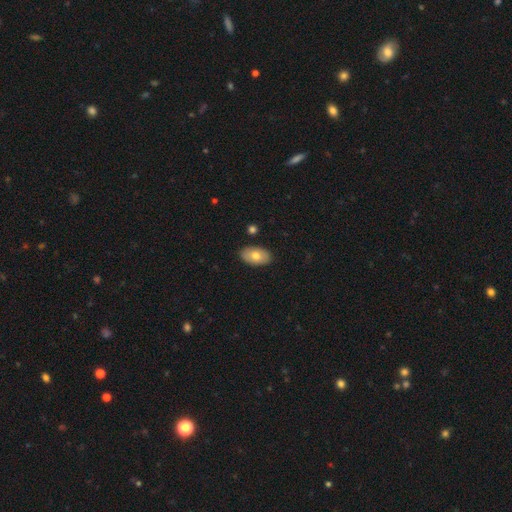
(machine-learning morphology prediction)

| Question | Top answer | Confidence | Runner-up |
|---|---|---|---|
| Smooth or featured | smooth | 73% | featured or disk (21%) |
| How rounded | in between | 93% | round (5%) |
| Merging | none | 87% | minor disturbance (9%) |